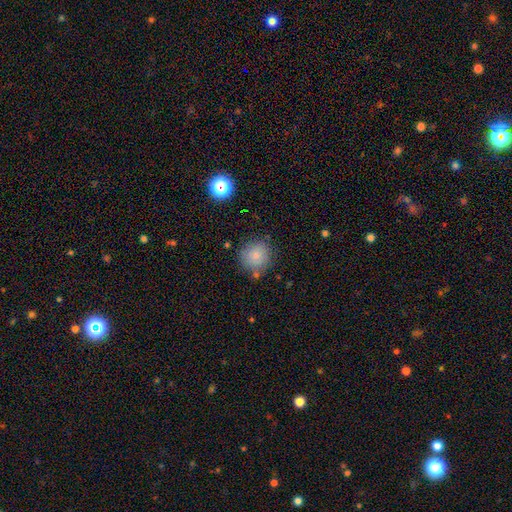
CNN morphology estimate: Smooth or featured?
  - smooth: 83% *
  - star or artifact: 10%
  - featured or disk: 7%
How rounded?
  - round: 91% *
  - in between: 8%
  - cigar-shaped: 1%
Merging?
  - none: 77% *
  - minor disturbance: 14%
  - merger: 6%
  - major disturbance: 4%